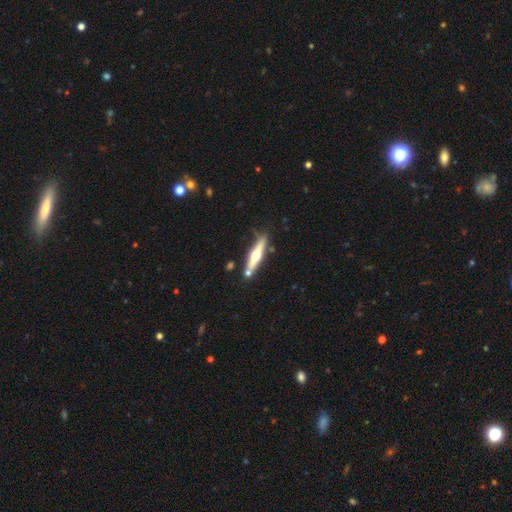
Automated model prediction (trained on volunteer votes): featured or disk 62%, smooth 32%, star or artifact 5%. Down the decision tree: edge-on disk — yes (94%); edge-on bulge — rounded (93%); merging — none (76%).